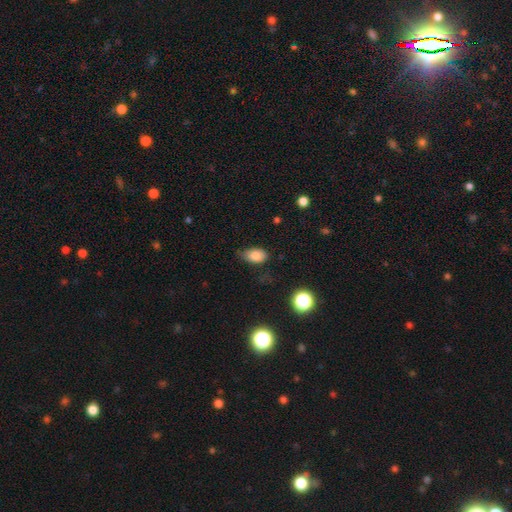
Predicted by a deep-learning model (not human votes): smooth 83%, star or artifact 11%, featured or disk 7%. Down the decision tree: how rounded — in between (88%); merging — none (66%).